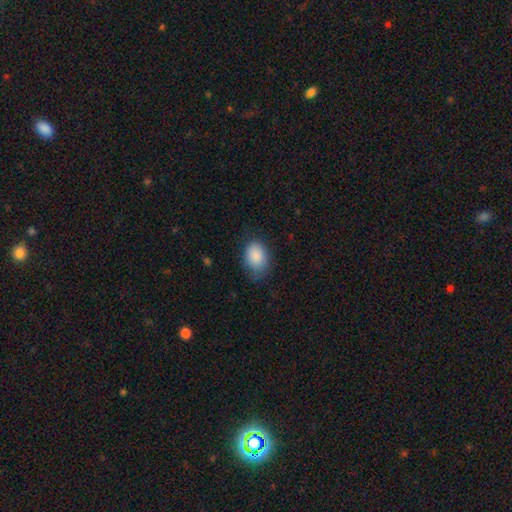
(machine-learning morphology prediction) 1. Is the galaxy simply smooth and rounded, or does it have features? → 88% smooth, 7% star or artifact, 5% featured or disk.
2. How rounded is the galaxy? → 78% in between, 21% round, 1% cigar-shaped.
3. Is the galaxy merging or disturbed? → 66% none, 26% minor disturbance, 7% major disturbance, 1% merger.